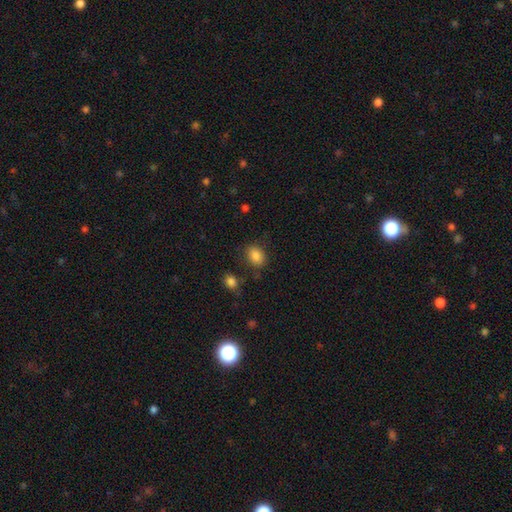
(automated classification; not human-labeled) This is clearly a smooth galaxy (85%). How rounded: likely in between (61%). Merging: likely none (79%).